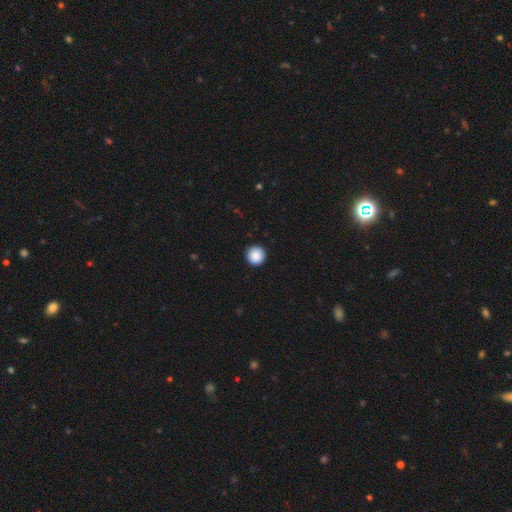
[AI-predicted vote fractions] smooth 89%, star or artifact 8%, featured or disk 3%. Down the decision tree: how rounded — round (97%); merging — none (93%).